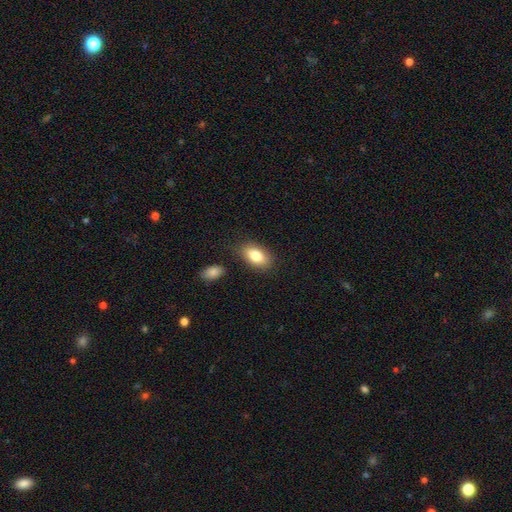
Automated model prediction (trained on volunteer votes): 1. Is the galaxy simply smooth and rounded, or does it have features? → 82% smooth, 11% featured or disk, 7% star or artifact.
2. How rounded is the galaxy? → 91% in between, 6% round, 3% cigar-shaped.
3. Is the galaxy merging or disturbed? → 82% none, 11% minor disturbance, 3% merger, 3% major disturbance.